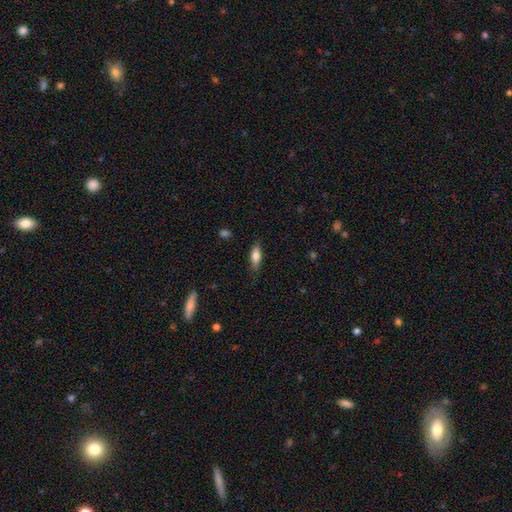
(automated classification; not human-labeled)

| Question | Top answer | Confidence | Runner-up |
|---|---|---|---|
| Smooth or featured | smooth | 76% | featured or disk (17%) |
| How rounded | in between | 67% | cigar-shaped (30%) |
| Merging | none | 76% | minor disturbance (19%) |